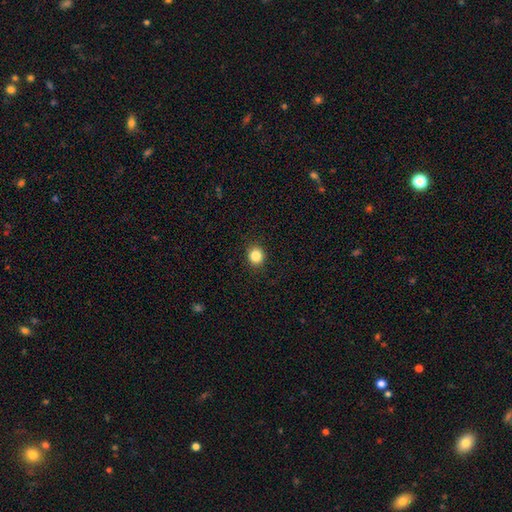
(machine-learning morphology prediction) A smooth galaxy with no disk features (85%) that is round (83%).

Vote fractions:
- Smooth or featured? smooth: 85% / star or artifact: 11% / featured or disk: 4%
- How rounded? round: 83% / in between: 16% / cigar-shaped: 1%
- Merging? none: 90% / minor disturbance: 7% / major disturbance: 2% / merger: 1%